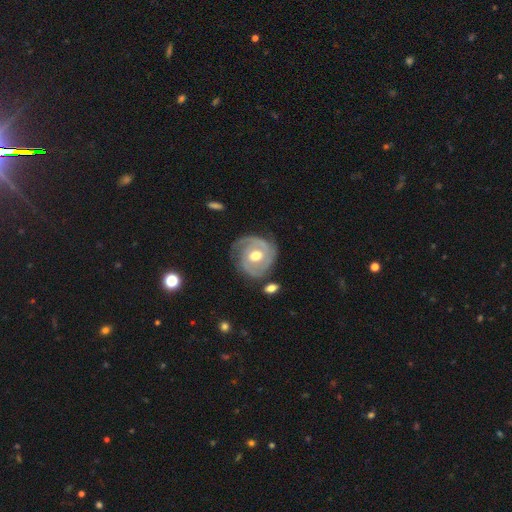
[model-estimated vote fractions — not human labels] A featured or disk galaxy (81%) with no bar (58%), 2 (51%) tight (64%) spiral arms (90%) and a moderate central bulge (79%). Merging: none (69%).